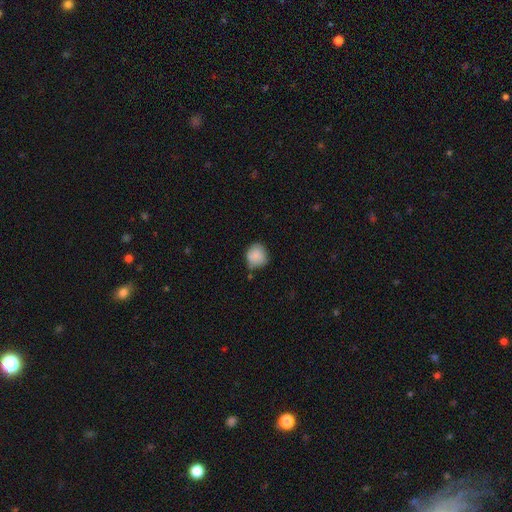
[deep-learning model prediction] This appears to be a smooth galaxy with no disk features (86%) that is round (82%). Merging: none (66%).